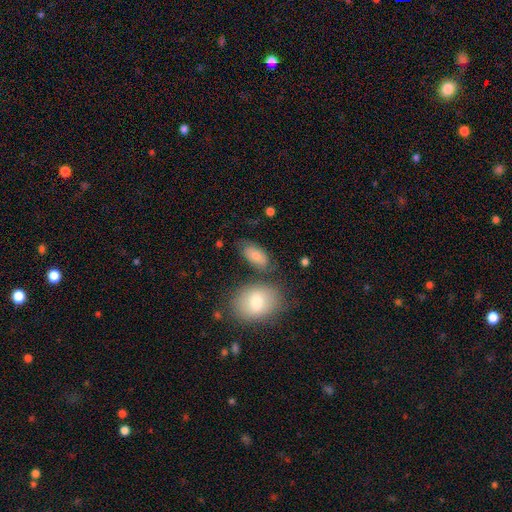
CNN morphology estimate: Smooth or featured: smooth — 81% (featured or disk — 12%)
How rounded: in between — 91% (round — 5%)
Merging: none — 62% (minor disturbance — 19%)